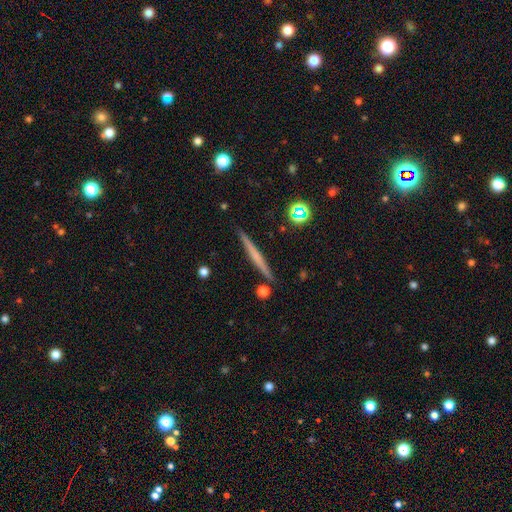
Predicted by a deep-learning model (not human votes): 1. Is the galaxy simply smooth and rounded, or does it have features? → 52% featured or disk, 41% smooth, 7% star or artifact.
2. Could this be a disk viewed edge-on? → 97% yes, 3% no.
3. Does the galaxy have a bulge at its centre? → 74% none, 20% rounded, 6% boxy.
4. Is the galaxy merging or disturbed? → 90% none, 7% minor disturbance, 2% merger, 1% major disturbance.